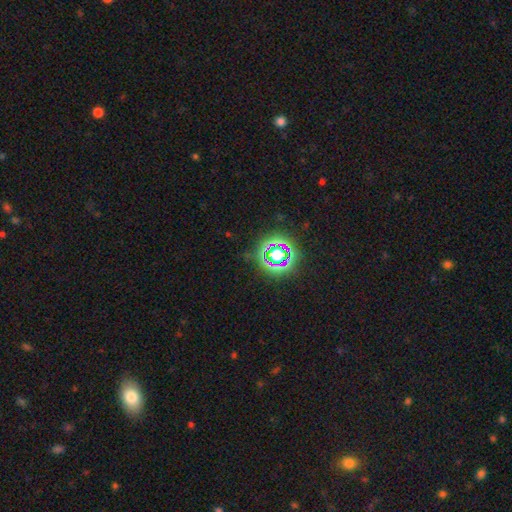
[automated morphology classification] This is likely a star or artifact rather than a galaxy (77%).